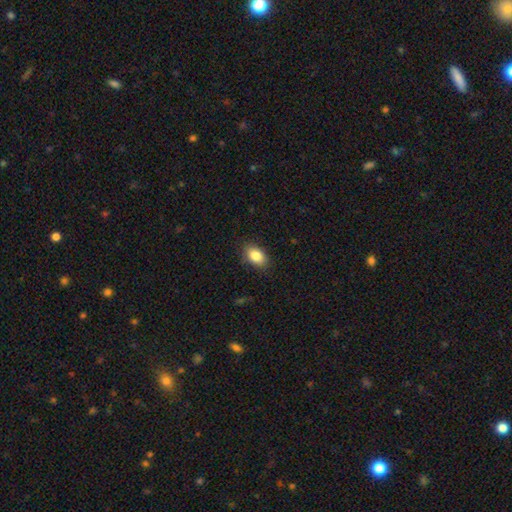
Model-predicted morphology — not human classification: The model was most divided on "how rounded": in between: 86%, round: 12%, cigar-shaped: 2%. More confident: merging — none (86%); smooth or featured — smooth (85%).